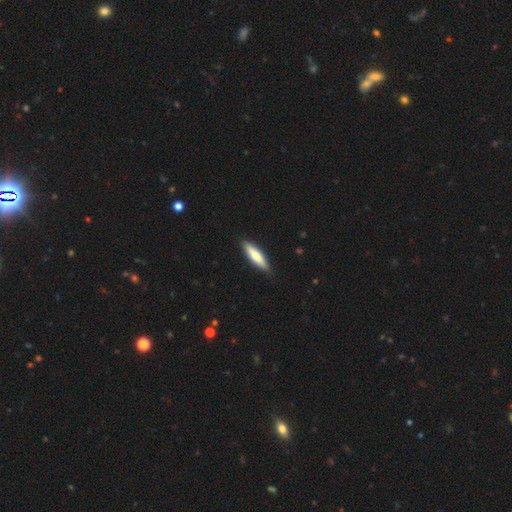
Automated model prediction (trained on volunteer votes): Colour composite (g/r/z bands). It shows a smooth galaxy with no disk features (71%) that is cigar-shaped (71%). Merging: none (89%).